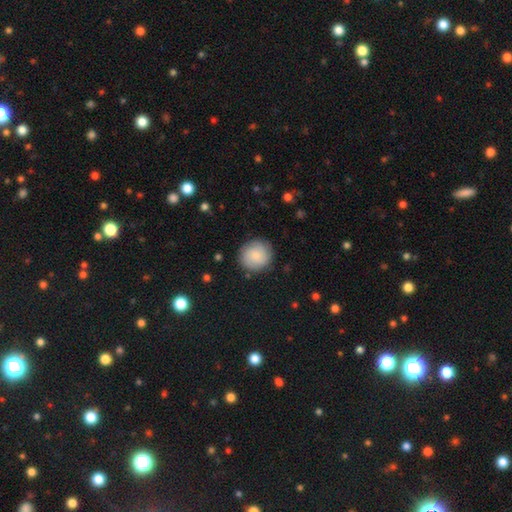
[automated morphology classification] A smooth galaxy with no disk features (80%) that is round (92%). Merging: none (87%).